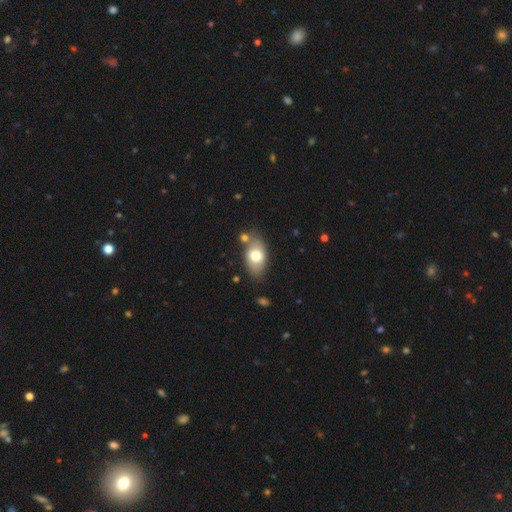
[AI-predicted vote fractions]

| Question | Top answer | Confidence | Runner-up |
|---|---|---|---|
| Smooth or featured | smooth | 72% | featured or disk (21%) |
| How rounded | in between | 89% | round (8%) |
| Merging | none | 71% | minor disturbance (16%) |